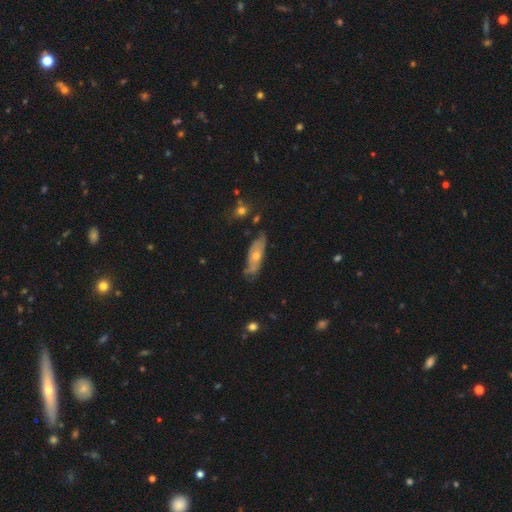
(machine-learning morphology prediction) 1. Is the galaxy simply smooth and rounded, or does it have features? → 56% featured or disk, 37% smooth, 8% star or artifact.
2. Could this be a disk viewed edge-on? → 60% no, 40% yes.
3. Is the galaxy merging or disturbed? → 71% none, 21% minor disturbance, 5% major disturbance, 3% merger.